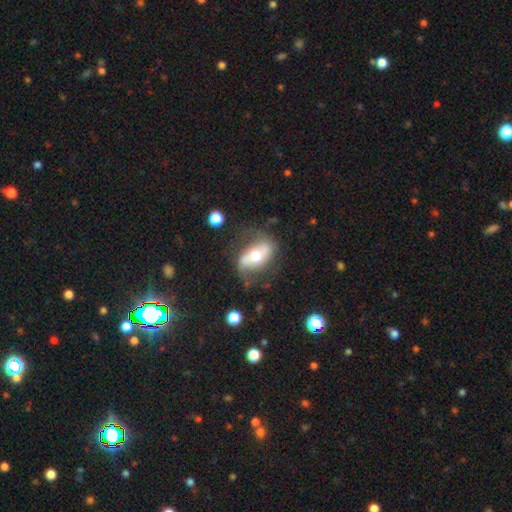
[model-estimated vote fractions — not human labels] A featured or disk galaxy (60%) with no bar (39%), spiral arms (66%) and a moderate central bulge (67%).

Vote fractions:
- Smooth or featured? featured or disk: 60% / smooth: 33% / star or artifact: 7%
- Edge-on disk? no: 92% / yes: 8%
- Bar? no: 39% / strong: 31% / weak: 30%
- Spiral arms? yes: 66% / no: 34%
- Bulge size? moderate: 67% / large: 21% / small: 8% / dominant: 2% / none: 1%
- Merging? none: 60% / minor disturbance: 22% / major disturbance: 14% / merger: 3%